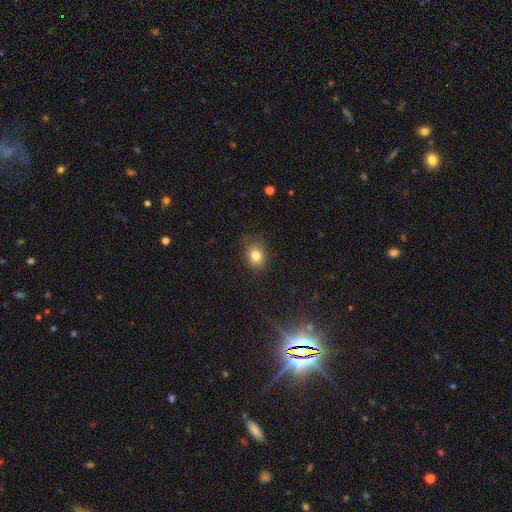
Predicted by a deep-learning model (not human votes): The model was most divided on "how rounded": round: 54%, in between: 45%, cigar-shaped: 1%. More confident: smooth or featured — smooth (81%); merging — none (80%).